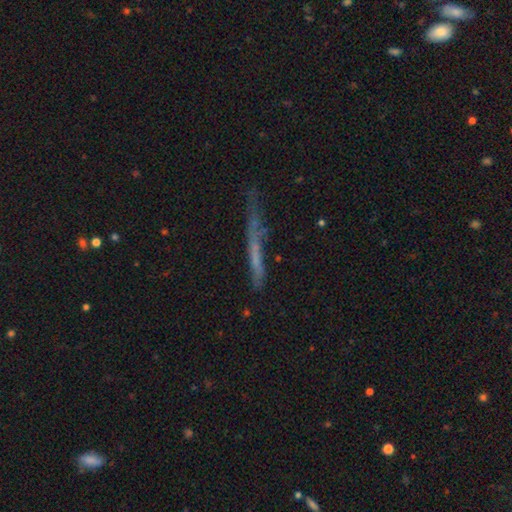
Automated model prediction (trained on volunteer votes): Overall: smooth (48%; featured or disk 40%). Merging: none (59%; minor disturbance 24%).